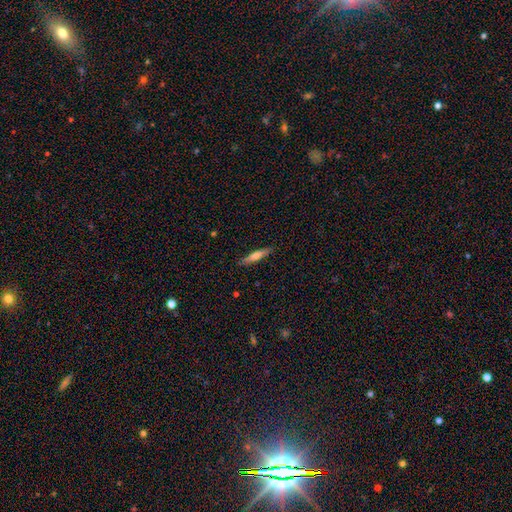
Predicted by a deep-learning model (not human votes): Q: Smooth or featured?
A: smooth (55%); runner-up: featured or disk (39%)
Q: How rounded?
A: cigar-shaped (88%); runner-up: in between (11%)
Q: Merging?
A: none (89%); runner-up: minor disturbance (8%)